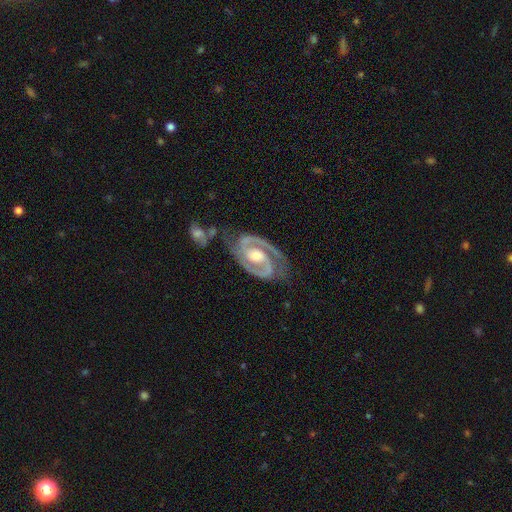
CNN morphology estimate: A featured or disk galaxy (93%) with no bar (43%), 2 (92%) tight (52%) spiral arms (98%) and a moderate central bulge (67%). Merging: none (69%).